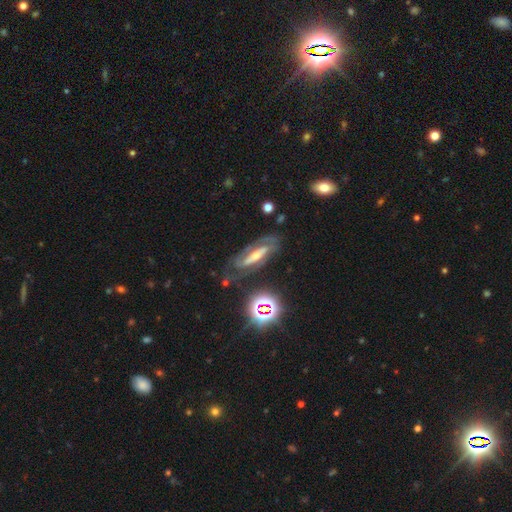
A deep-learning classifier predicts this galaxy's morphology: A featured or disk galaxy (74%) with a strong bar (49%), 2 (70%) tight (43%) spiral arms (84%) and a moderate central bulge (46%).

Vote fractions:
- Smooth or featured? featured or disk: 74% / smooth: 13% / star or artifact: 13%
- Edge-on disk? no: 82% / yes: 18%
- Bar? strong: 49% / weak: 27% / no: 24%
- Spiral arms? yes: 84% / no: 16%
- Spiral winding? tight: 43% / medium: 41% / loose: 16%
- Spiral arm count? 2: 70% / can't tell: 17% / 1: 7% / 3: 3% / 4: 1% / more than 4: 1%
- Bulge size? moderate: 46% / small: 43% / large: 6% / none: 3% / dominant: 2%
- Merging? none: 63% / minor disturbance: 20% / major disturbance: 14% / merger: 3%